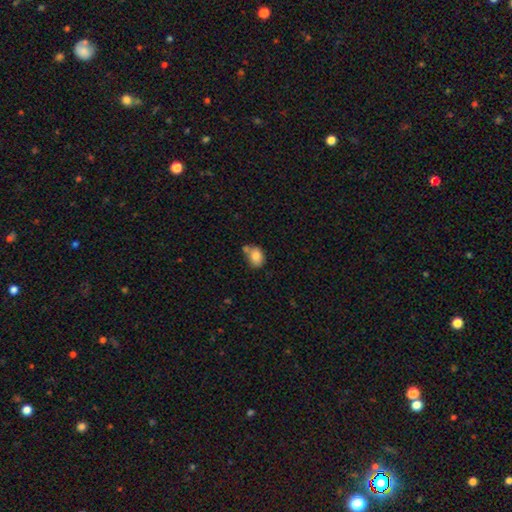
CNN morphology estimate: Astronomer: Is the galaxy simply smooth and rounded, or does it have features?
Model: smooth — 81%.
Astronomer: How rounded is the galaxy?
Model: in between — 64%.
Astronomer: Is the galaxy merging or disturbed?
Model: none — 50%.